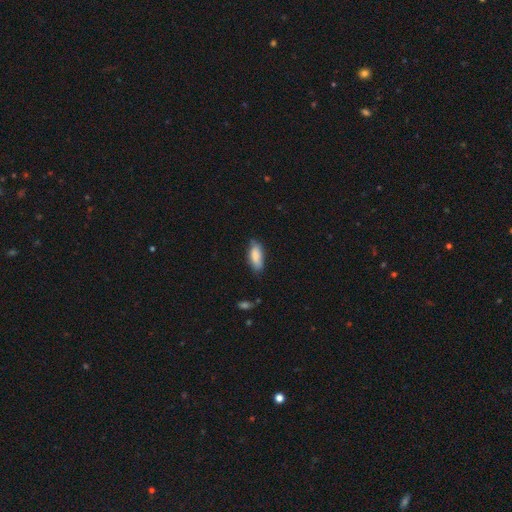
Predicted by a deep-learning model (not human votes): A smooth galaxy with no disk features (86%) that is in between round and cigar-shaped (77%).

Vote fractions:
- Smooth or featured? smooth: 86% / featured or disk: 8% / star or artifact: 6%
- How rounded? in between: 77% / cigar-shaped: 21% / round: 2%
- Merging? none: 75% / minor disturbance: 21% / major disturbance: 3% / merger: 2%